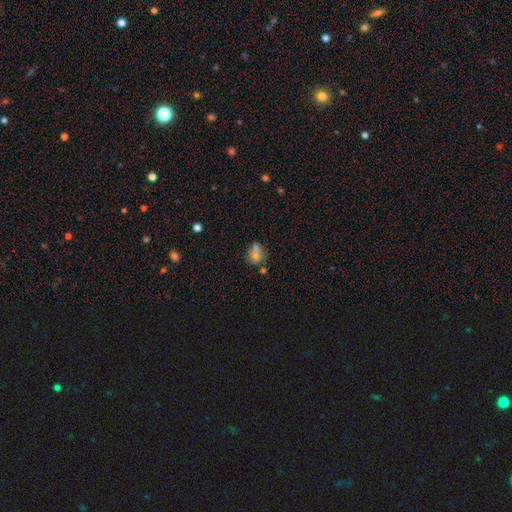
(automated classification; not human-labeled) A smooth galaxy with no disk features (66%) that is round (60%).

Vote fractions:
- Smooth or featured? smooth: 66% / featured or disk: 20% / star or artifact: 14%
- How rounded? round: 60% / in between: 38% / cigar-shaped: 2%
- Merging? none: 44% / merger: 31% / minor disturbance: 16% / major disturbance: 8%